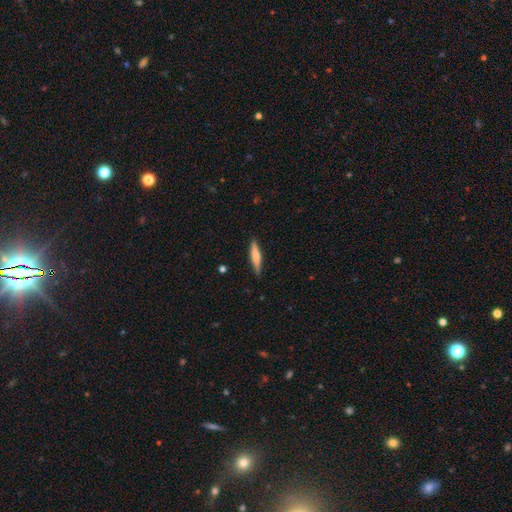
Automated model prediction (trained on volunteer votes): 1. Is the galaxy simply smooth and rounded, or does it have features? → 59% smooth, 35% featured or disk, 6% star or artifact.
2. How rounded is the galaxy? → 86% cigar-shaped, 12% in between, 2% round.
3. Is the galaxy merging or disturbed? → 88% none, 9% minor disturbance, 2% major disturbance, 1% merger.